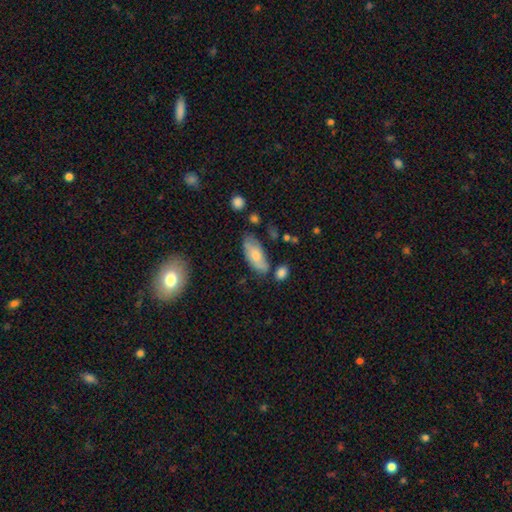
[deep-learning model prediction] A smooth galaxy with no disk features (70%) that is in between round and cigar-shaped (86%). Merging: none (62%).